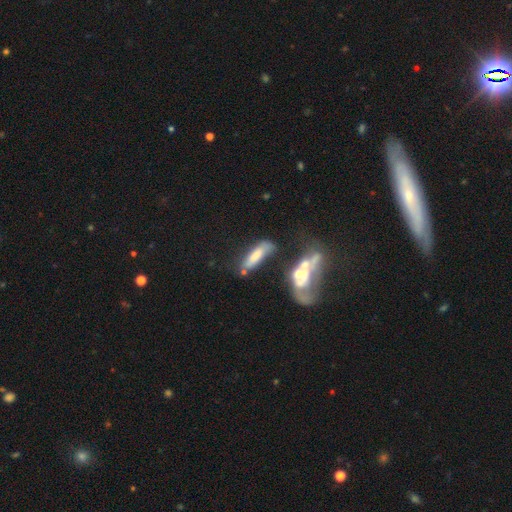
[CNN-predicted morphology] This appears to be a smooth galaxy with no disk features (59%) that is cigar-shaped (58%). Merging: none (38%).